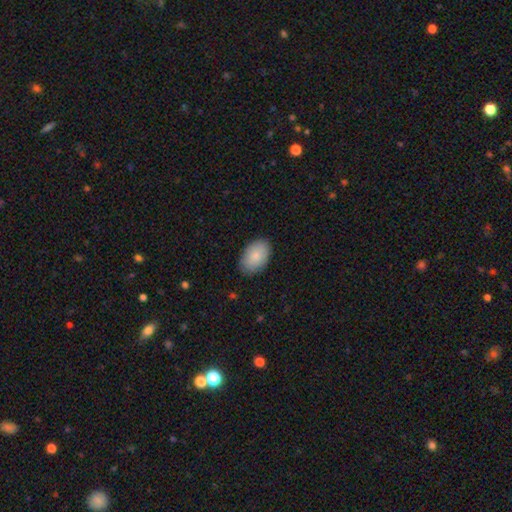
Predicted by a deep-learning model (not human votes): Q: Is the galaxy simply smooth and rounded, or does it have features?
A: smooth — 85%.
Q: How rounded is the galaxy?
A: in between — 90%.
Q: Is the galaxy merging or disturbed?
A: none — 86%.